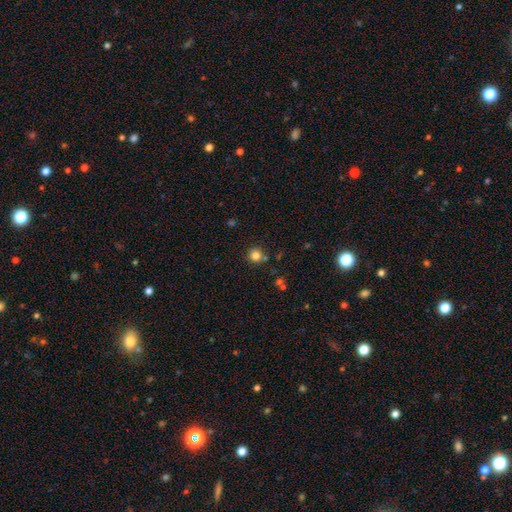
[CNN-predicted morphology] Smooth or featured: smooth — 82% (star or artifact — 13%)
How rounded: round — 93% (in between — 6%)
Merging: none — 82% (minor disturbance — 9%)